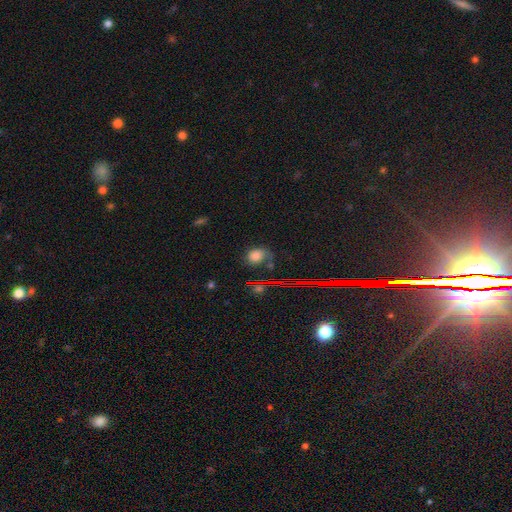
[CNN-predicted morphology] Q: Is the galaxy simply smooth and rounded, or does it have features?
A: smooth — 71%.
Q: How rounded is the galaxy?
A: in between — 55%.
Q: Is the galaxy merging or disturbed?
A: none — 55%.